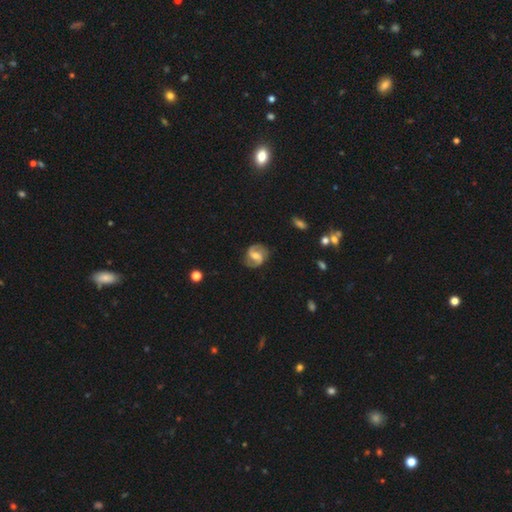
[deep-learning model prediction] A featured or disk galaxy (83%) with a weak bar (49%), 2 (93%) medium (51%) spiral arms (96%) and a moderate central bulge (63%). Merging: none (83%).